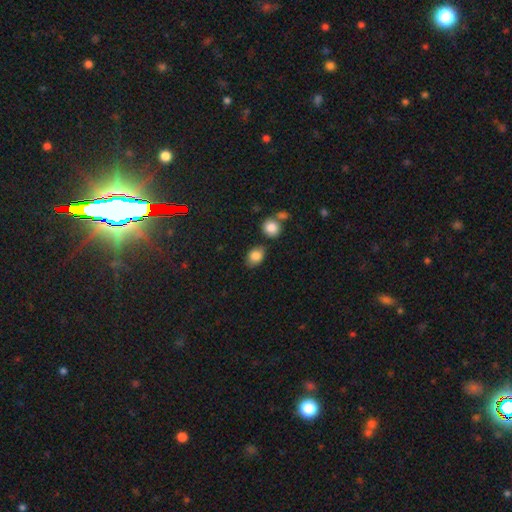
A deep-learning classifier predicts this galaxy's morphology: A smooth galaxy with no disk features (84%) that is in between round and cigar-shaped (72%).

Vote fractions:
- Smooth or featured? smooth: 84% / star or artifact: 9% / featured or disk: 8%
- How rounded? in between: 72% / round: 27% / cigar-shaped: 1%
- Merging? none: 71% / minor disturbance: 17% / merger: 8% / major disturbance: 4%